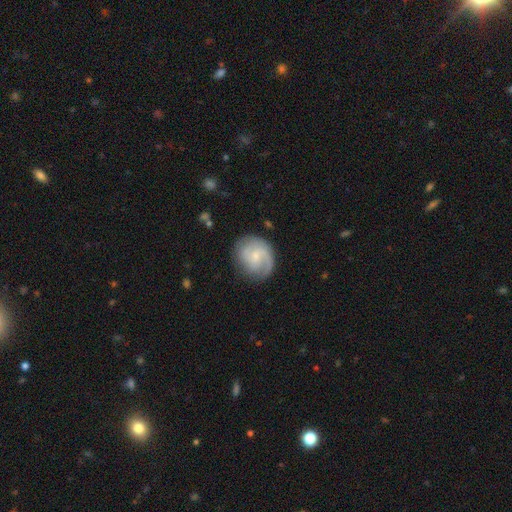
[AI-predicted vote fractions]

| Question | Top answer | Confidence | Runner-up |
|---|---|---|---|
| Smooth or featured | featured or disk | 69% | smooth (25%) |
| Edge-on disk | no | 98% | yes (2%) |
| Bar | no | 59% | weak (36%) |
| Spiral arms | yes | 93% | no (7%) |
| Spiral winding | medium | 43% | tight (35%) |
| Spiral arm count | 2 | 45% | 1 (20%) |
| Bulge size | small | 59% | moderate (29%) |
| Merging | none | 72% | minor disturbance (18%) |